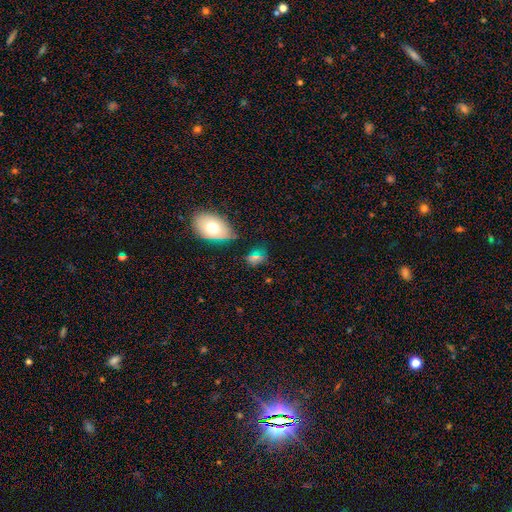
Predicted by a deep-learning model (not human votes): Overall: smooth (61%). How rounded: in between (68%). Merging: none (69%).